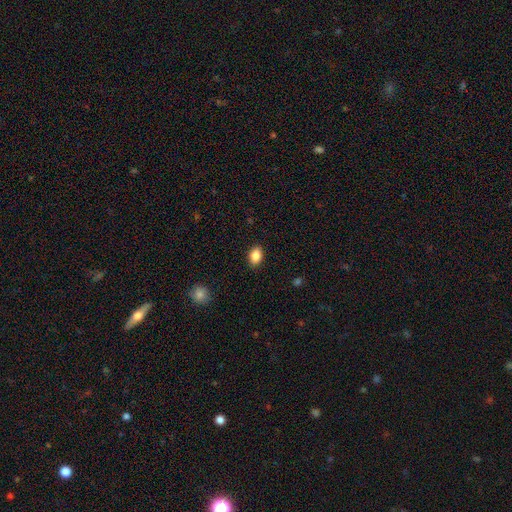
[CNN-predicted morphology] A smooth galaxy with no disk features (87%) that is in between round and cigar-shaped (83%). Merging: none (89%).